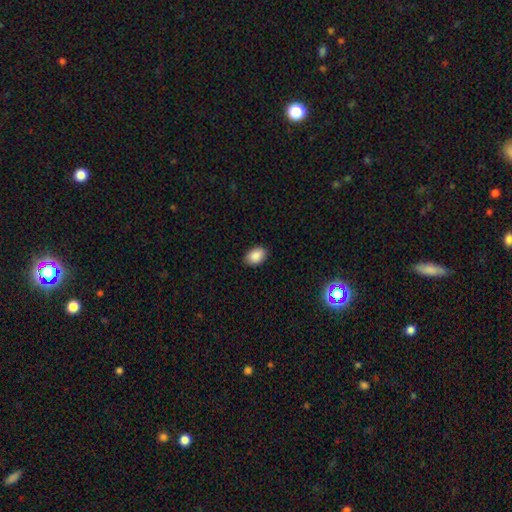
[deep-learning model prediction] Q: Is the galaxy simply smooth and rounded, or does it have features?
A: smooth — 88%.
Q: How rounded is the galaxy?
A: in between — 84%.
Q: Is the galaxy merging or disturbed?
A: none — 85%.